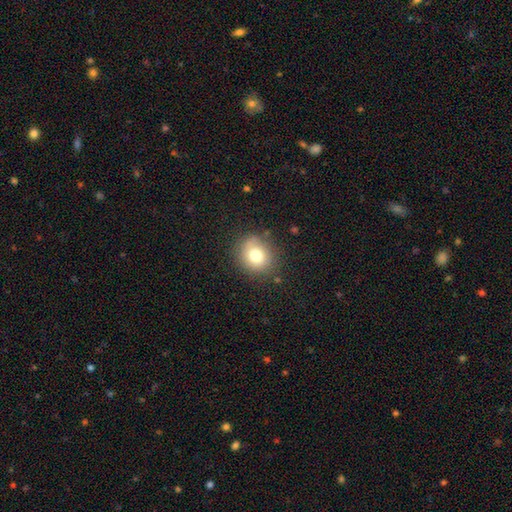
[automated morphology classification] Smooth or featured: smooth — 76% (featured or disk — 13%)
How rounded: round — 80% (in between — 19%)
Merging: none — 80% (minor disturbance — 14%)